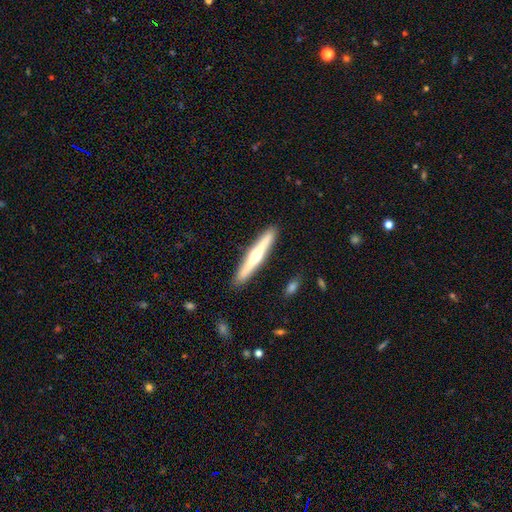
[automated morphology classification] Smooth or featured: featured or disk — 65% (smooth — 30%)
Edge-on disk: yes — 97% (no — 3%)
Edge-on bulge: rounded — 92% (none — 5%)
Merging: none — 91% (minor disturbance — 6%)